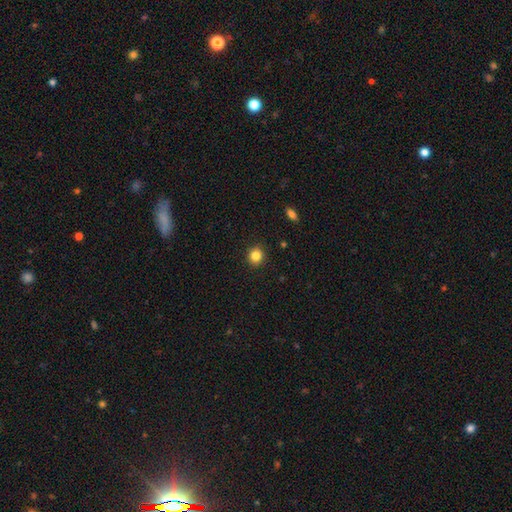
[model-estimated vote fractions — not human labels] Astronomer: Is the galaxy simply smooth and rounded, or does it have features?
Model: smooth — 84%.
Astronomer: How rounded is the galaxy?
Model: round — 87%.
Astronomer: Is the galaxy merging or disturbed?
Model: none — 92%.